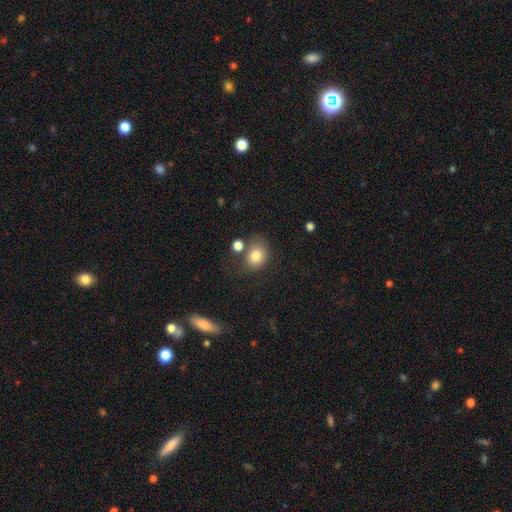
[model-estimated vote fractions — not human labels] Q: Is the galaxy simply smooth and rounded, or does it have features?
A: smooth — 82%.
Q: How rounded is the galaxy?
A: round — 54%.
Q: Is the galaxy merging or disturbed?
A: none — 57%.